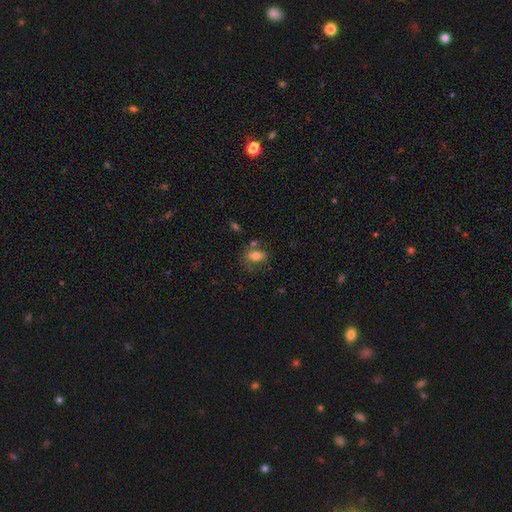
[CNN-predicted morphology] smooth 69%, featured or disk 22%, star or artifact 10%. Down the decision tree: how rounded — in between (76%); merging — none (54%).